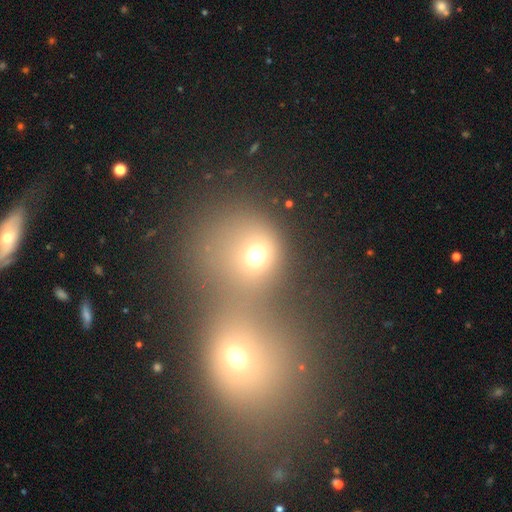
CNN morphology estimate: The model was most divided on "merging": merger: 50%, none: 33%, minor disturbance: 9%, major disturbance: 8%. More confident: how rounded — round (73%); smooth or featured — smooth (66%).